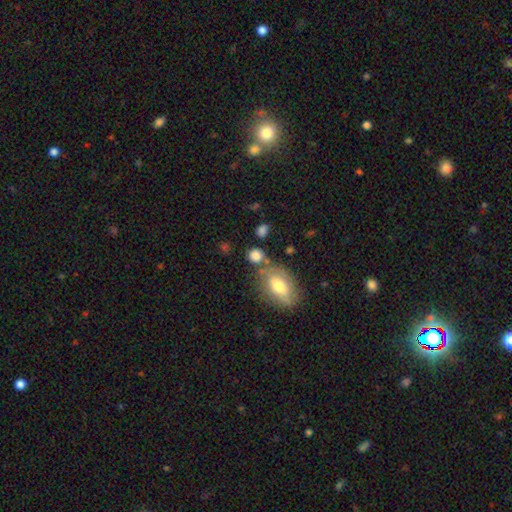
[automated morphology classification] smooth 81%, star or artifact 10%, featured or disk 9%. Down the decision tree: how rounded — round (67%); merging — none (64%).